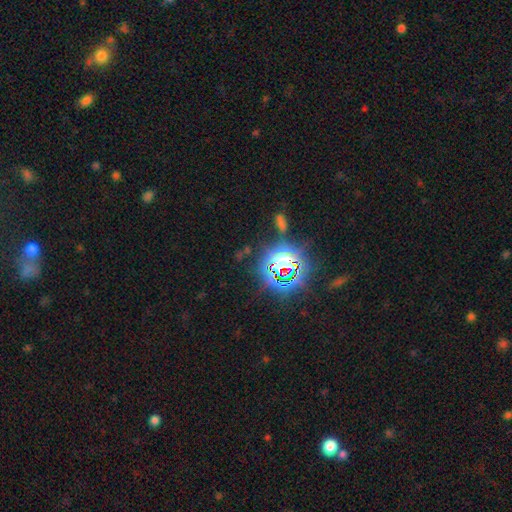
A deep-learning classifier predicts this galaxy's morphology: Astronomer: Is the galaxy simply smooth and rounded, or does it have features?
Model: star or artifact — 82%.